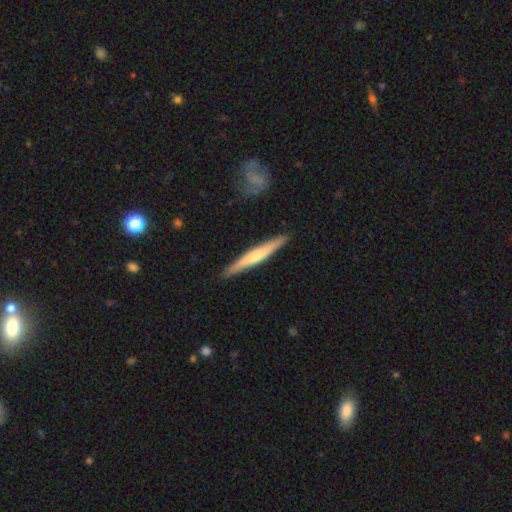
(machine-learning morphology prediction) A featured or disk galaxy (51%) viewed edge-on (95%). Merging: none (90%).